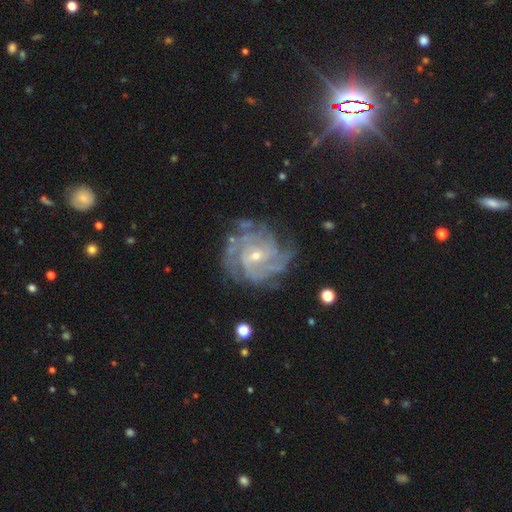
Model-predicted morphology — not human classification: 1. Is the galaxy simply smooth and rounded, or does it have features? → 89% featured or disk, 6% star or artifact, 5% smooth.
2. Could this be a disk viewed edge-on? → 98% no, 2% yes.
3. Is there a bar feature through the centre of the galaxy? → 50% no, 40% weak, 9% strong.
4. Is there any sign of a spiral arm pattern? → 97% yes, 3% no.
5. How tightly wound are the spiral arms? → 63% tight, 32% medium, 6% loose.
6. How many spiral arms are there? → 28% can't tell, 25% 4, 19% 3, 12% 2, 10% more than 4, 6% 1.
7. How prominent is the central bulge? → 69% small, 27% moderate, 1% none, 1% large, 1% dominant.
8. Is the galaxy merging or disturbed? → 71% none, 18% minor disturbance, 9% major disturbance, 2% merger.